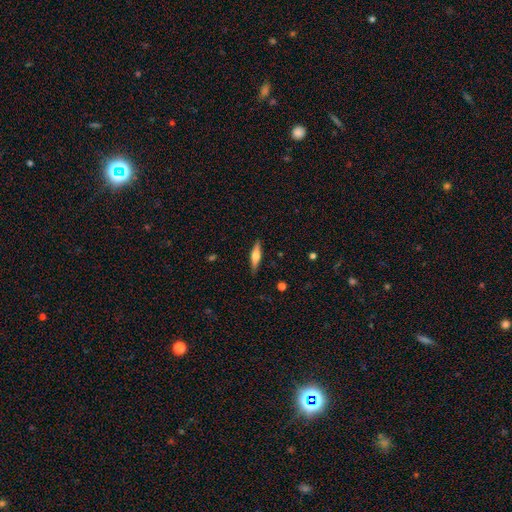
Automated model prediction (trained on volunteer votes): A featured or disk galaxy (55%) viewed edge-on (96%) with a rounded central bulge (89%).

Vote fractions:
- Smooth or featured? featured or disk: 55% / smooth: 39% / star or artifact: 6%
- Edge-on disk? yes: 96% / no: 4%
- Edge-on bulge? rounded: 89% / boxy: 8% / none: 3%
- Merging? none: 88% / minor disturbance: 9% / major disturbance: 2% / merger: 1%